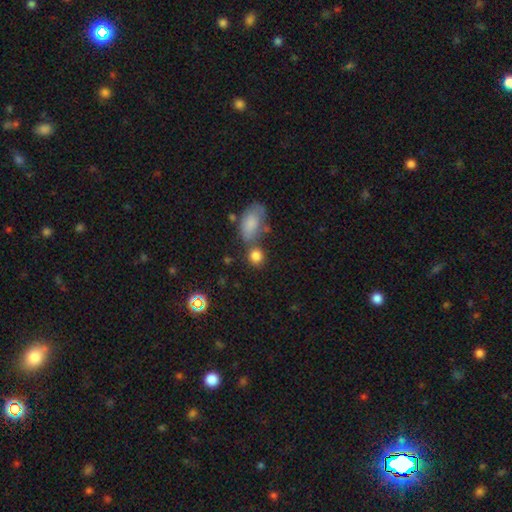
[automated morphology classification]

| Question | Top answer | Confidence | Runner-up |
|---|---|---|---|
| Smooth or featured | smooth | 83% | star or artifact (11%) |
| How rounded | round | 74% | in between (24%) |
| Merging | none | 64% | merger (18%) |